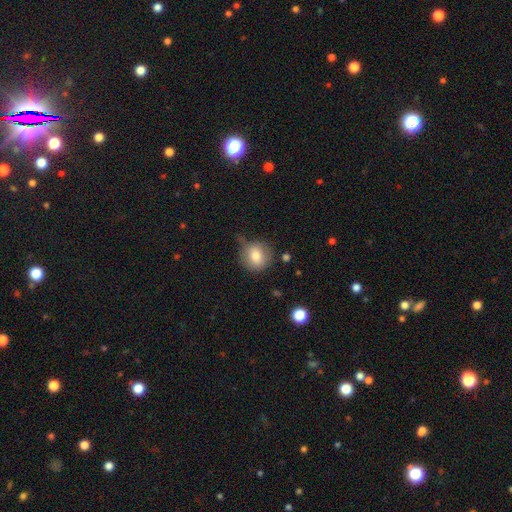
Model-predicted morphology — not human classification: A smooth galaxy with no disk features (78%) that is round (88%). Merging: none (63%).